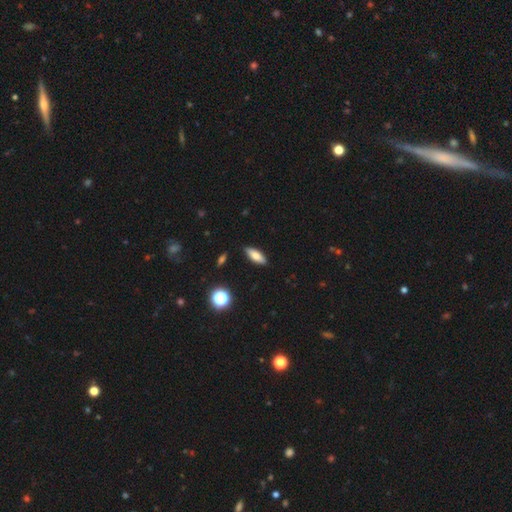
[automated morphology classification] A smooth galaxy with no disk features (72%) that is in between round and cigar-shaped (64%).

Vote fractions:
- Smooth or featured? smooth: 72% / featured or disk: 19% / star or artifact: 9%
- How rounded? in between: 64% / cigar-shaped: 33% / round: 3%
- Merging? none: 88% / minor disturbance: 8% / major disturbance: 2% / merger: 1%